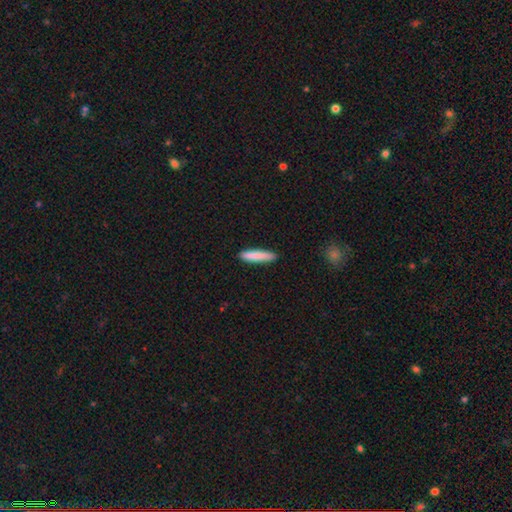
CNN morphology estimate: smooth-or-featured: smooth: 84% | featured or disk: 11% | star or artifact: 6%
  how-rounded: cigar-shaped: 88% | in between: 10% | round: 1%
  merging: none: 89% | minor disturbance: 8% | major disturbance: 2% | merger: 1%